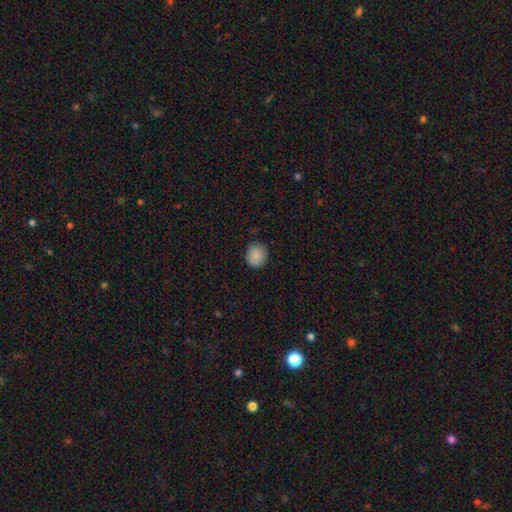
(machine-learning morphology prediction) Overall: smooth (88%). How rounded: round (79%). Merging: none (87%).